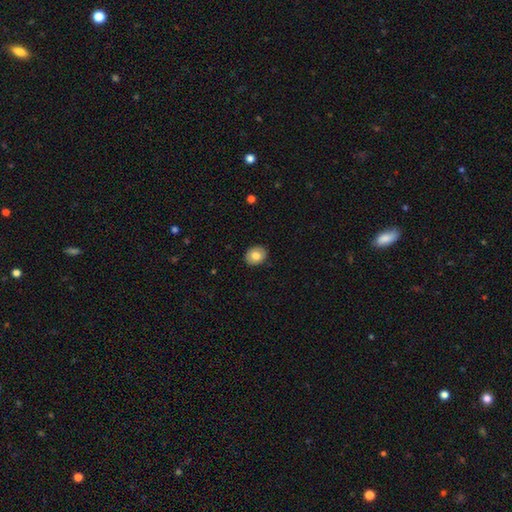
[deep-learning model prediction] Smooth or featured?
  - smooth: 80% *
  - featured or disk: 12%
  - star or artifact: 8%
How rounded?
  - in between: 53% *
  - round: 46%
  - cigar-shaped: 1%
Merging?
  - none: 89% *
  - minor disturbance: 8%
  - major disturbance: 2%
  - merger: 1%